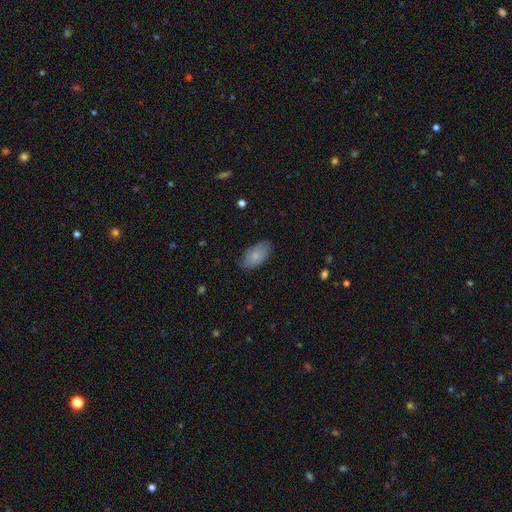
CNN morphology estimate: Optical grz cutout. It shows a smooth galaxy with no disk features (81%) that is in between round and cigar-shaped (94%). Merging: none (78%).